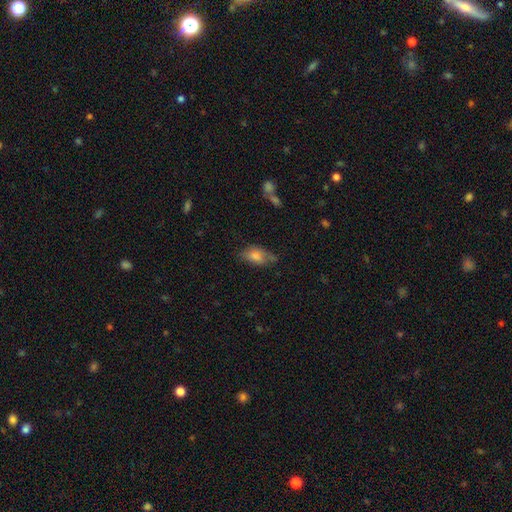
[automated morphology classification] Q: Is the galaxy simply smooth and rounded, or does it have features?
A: smooth — 73%.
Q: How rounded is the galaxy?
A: in between — 86%.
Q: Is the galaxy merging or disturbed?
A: none — 59%.